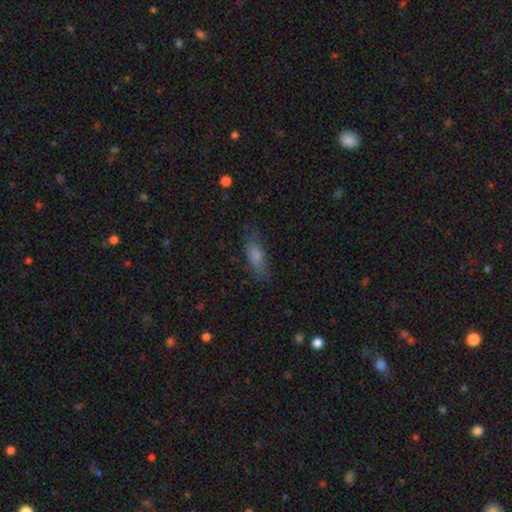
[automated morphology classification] smooth 79%, featured or disk 13%, star or artifact 8%. Down the decision tree: how rounded — in between (69%); merging — none (75%).